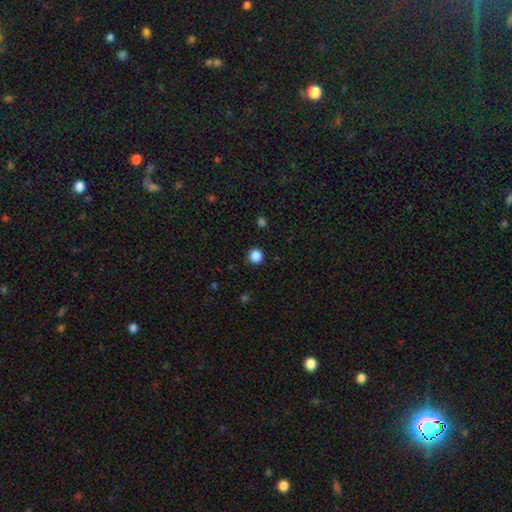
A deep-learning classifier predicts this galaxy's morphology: The model was most divided on "smooth or featured": smooth: 86%, star or artifact: 11%, featured or disk: 2%. More confident: how rounded — round (95%); merging — none (91%).